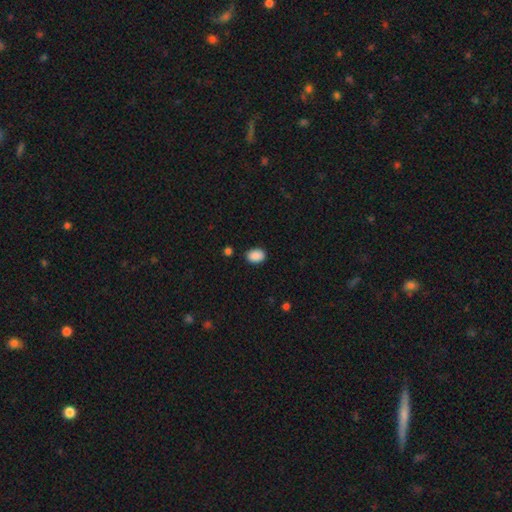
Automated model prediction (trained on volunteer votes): smooth-or-featured: smooth: 89% | star or artifact: 8% | featured or disk: 3%
  how-rounded: in between: 79% | round: 20% | cigar-shaped: 1%
  merging: none: 87% | minor disturbance: 9% | major disturbance: 2% | merger: 2%